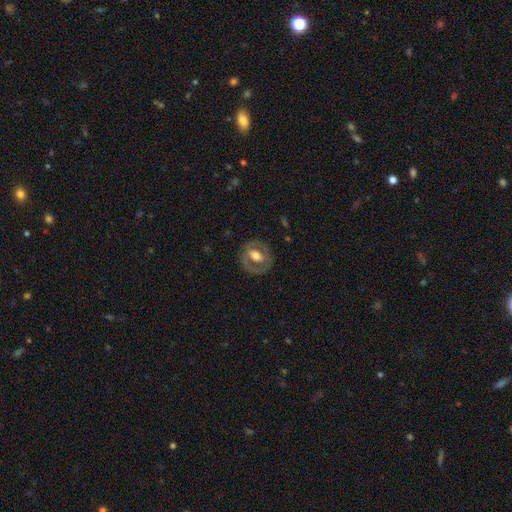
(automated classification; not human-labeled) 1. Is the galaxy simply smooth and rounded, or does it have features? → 58% featured or disk, 36% smooth, 6% star or artifact.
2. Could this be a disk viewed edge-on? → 93% no, 7% yes.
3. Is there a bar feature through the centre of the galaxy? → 47% no, 31% weak, 22% strong.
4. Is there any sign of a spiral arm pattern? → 76% no, 24% yes.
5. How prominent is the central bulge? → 62% moderate, 28% large, 7% small, 2% dominant, 1% none.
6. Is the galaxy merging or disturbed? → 78% none, 14% minor disturbance, 7% major disturbance, 1% merger.